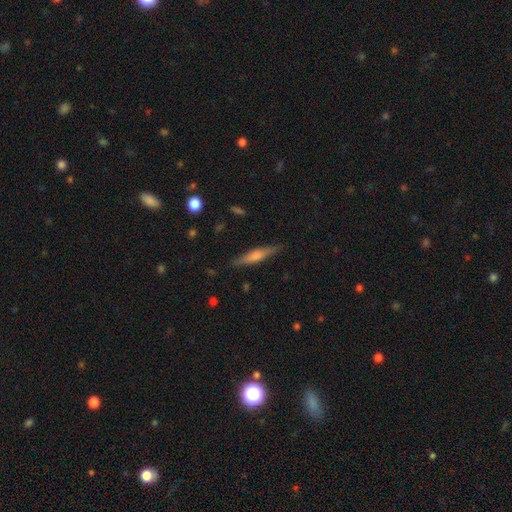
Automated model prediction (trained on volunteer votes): Overall: featured or disk (47%; smooth 46%). Merging: none (86%).